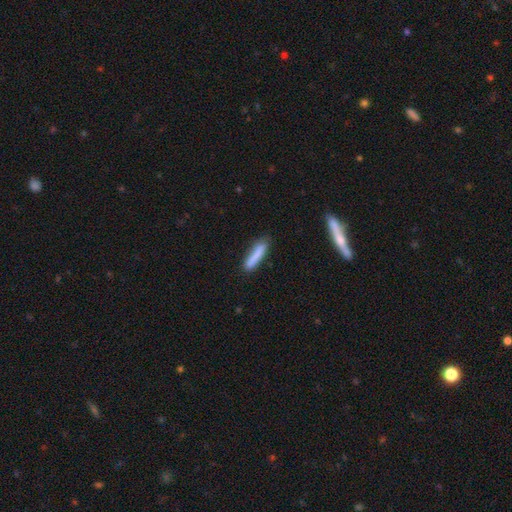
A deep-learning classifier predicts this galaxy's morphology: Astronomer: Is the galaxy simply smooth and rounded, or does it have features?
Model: smooth — 82%.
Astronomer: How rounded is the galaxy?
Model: cigar-shaped — 85%.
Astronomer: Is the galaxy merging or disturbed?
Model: none — 75%.